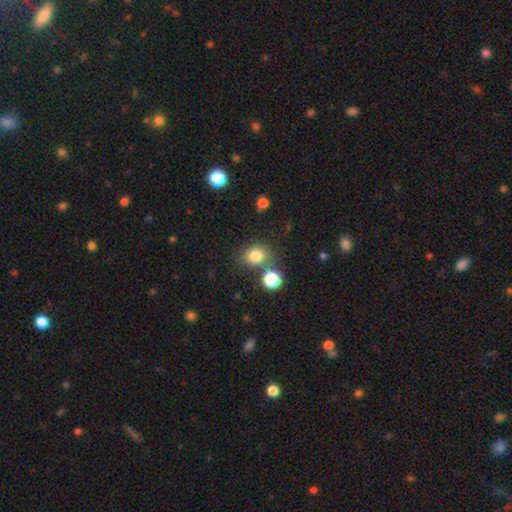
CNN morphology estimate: A smooth galaxy with no disk features (80%) that is round (60%).

Vote fractions:
- Smooth or featured? smooth: 80% / star or artifact: 13% / featured or disk: 7%
- How rounded? round: 60% / in between: 39% / cigar-shaped: 1%
- Merging? none: 71% / merger: 13% / minor disturbance: 12% / major disturbance: 4%